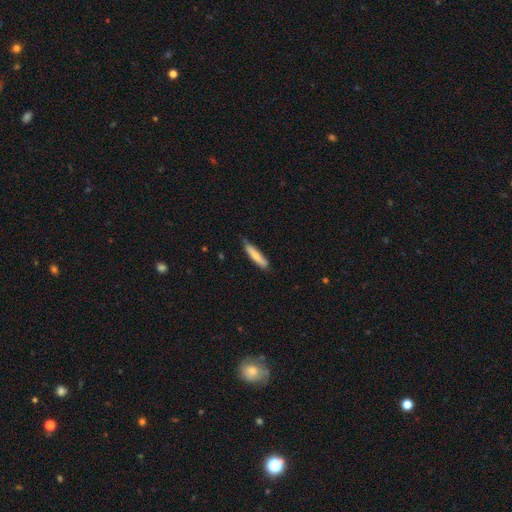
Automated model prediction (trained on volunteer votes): The model was most divided on "smooth or featured": smooth: 70%, featured or disk: 25%, star or artifact: 6%. More confident: how rounded — cigar-shaped (85%); merging — none (76%).